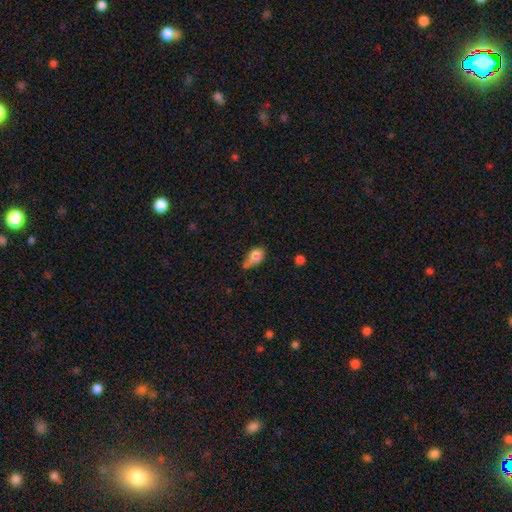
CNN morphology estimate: Smooth or featured? Predicted: smooth (p=0.75). How rounded? Predicted: in between (p=0.71). Merging? Predicted: minor disturbance (p=0.32).